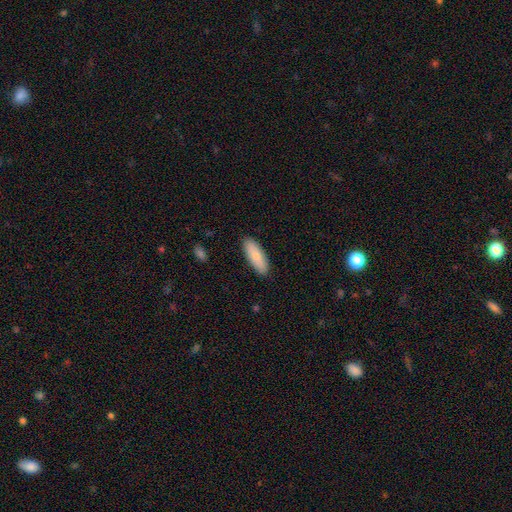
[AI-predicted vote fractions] Morphology: type=smooth (83%); roundness=in between (65%); merging=none (89%).